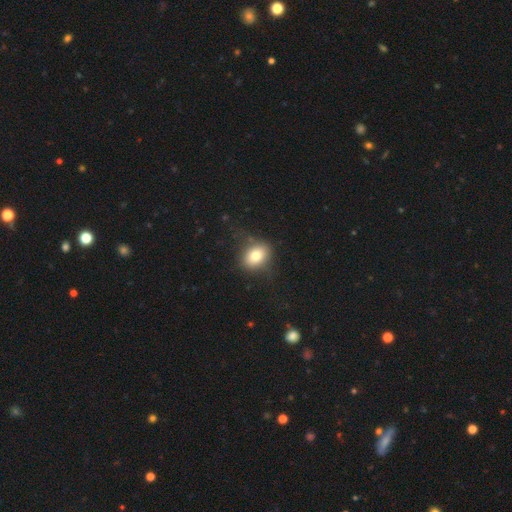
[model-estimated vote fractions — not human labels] smooth-or-featured: smooth: 75% | featured or disk: 14% | star or artifact: 11%
  how-rounded: in between: 59% | round: 40% | cigar-shaped: 1%
  merging: none: 70% | minor disturbance: 19% | major disturbance: 9% | merger: 2%